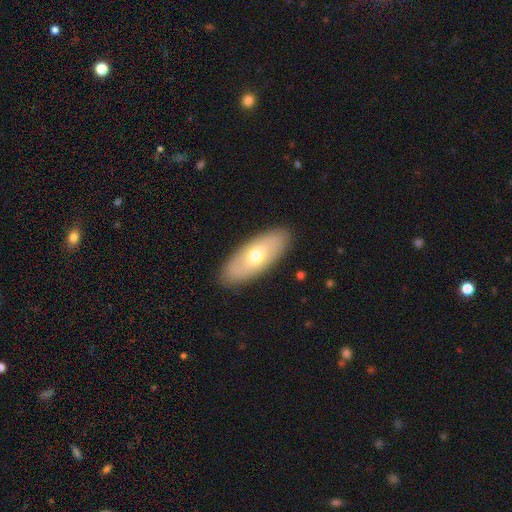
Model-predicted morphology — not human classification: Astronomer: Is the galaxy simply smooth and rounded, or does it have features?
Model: smooth — 56% (runner-up: featured or disk, 37%).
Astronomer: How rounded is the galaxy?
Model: in between — 82%.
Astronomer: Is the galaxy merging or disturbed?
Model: none — 90%.